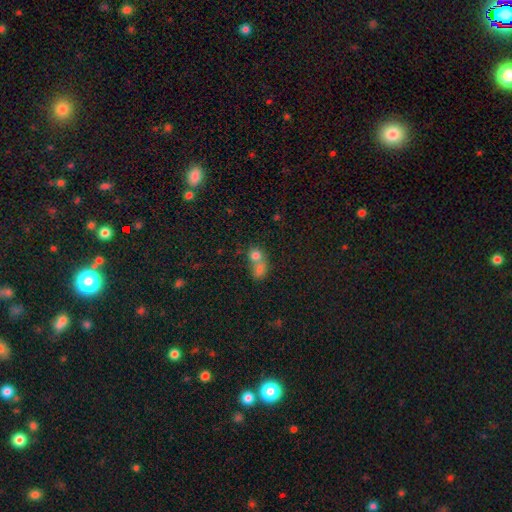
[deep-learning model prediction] Q: Smooth or featured?
A: smooth (75%); runner-up: featured or disk (14%)
Q: How rounded?
A: round (69%); runner-up: in between (30%)
Q: Merging?
A: merger (68%); runner-up: none (24%)